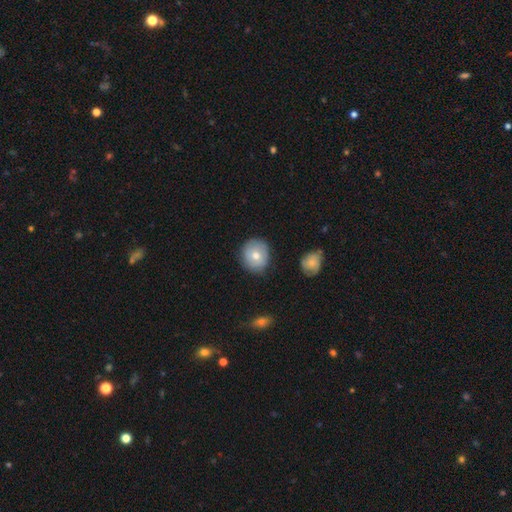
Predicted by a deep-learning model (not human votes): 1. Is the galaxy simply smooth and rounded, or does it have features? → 68% smooth, 24% featured or disk, 8% star or artifact.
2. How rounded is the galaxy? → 81% round, 18% in between, 1% cigar-shaped.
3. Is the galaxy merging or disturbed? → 83% none, 13% minor disturbance, 3% major disturbance, 2% merger.